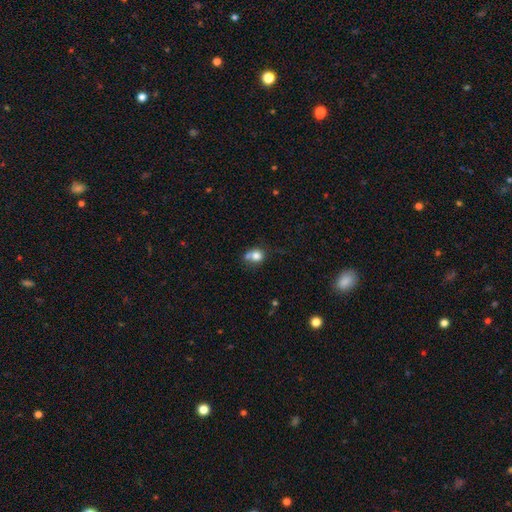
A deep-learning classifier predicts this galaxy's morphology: Smooth or featured? Predicted: smooth (p=0.78). How rounded? Predicted: round (p=0.69). Merging? Predicted: none (p=0.42).